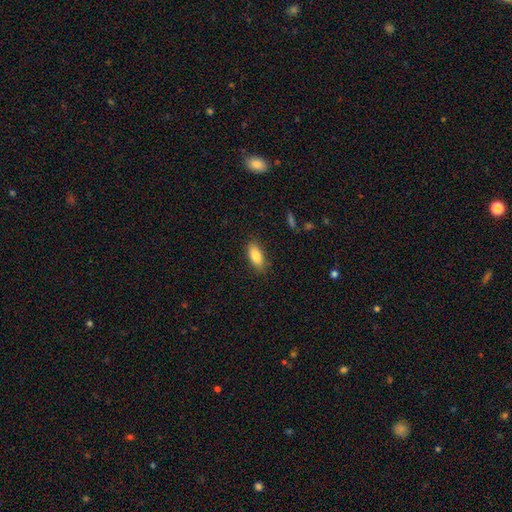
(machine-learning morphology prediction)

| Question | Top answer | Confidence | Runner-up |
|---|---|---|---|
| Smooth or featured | smooth | 84% | featured or disk (9%) |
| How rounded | in between | 84% | cigar-shaped (13%) |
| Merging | none | 85% | minor disturbance (11%) |